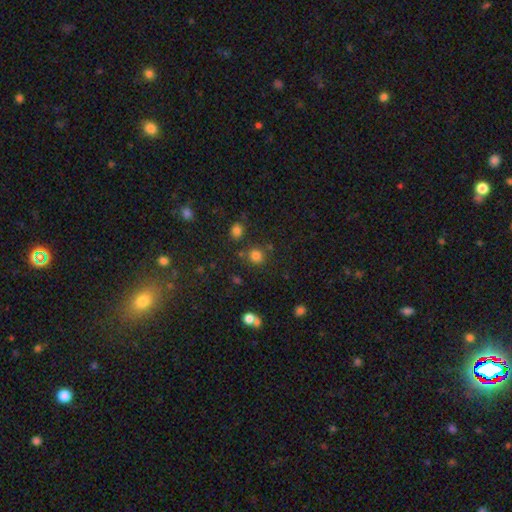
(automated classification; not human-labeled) Smooth or featured? smooth (79%)
How rounded? round (88%)
Merging? none (78%)